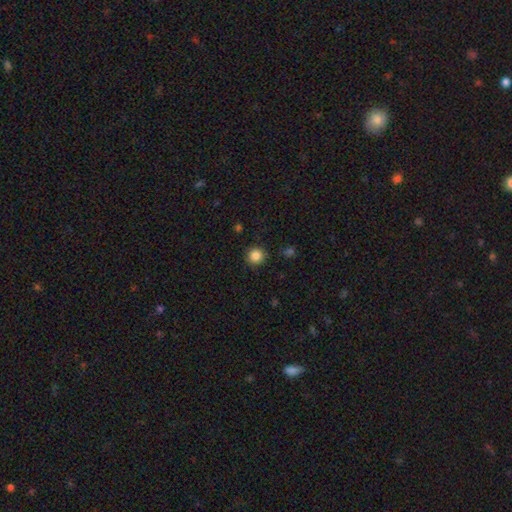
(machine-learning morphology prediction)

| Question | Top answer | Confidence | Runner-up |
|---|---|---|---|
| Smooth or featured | smooth | 85% | star or artifact (11%) |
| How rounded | round | 94% | in between (5%) |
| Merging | none | 90% | minor disturbance (7%) |